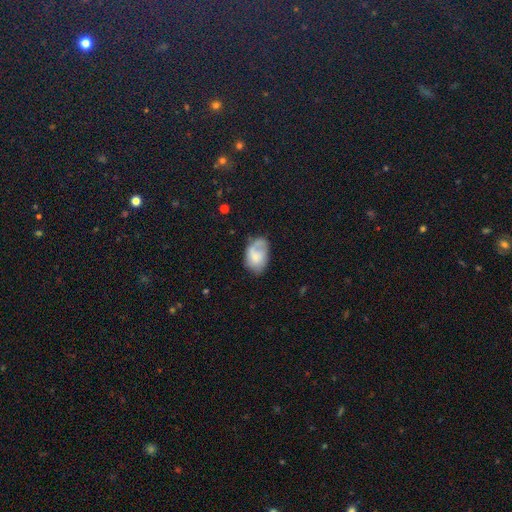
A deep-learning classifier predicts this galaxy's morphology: Smooth or featured? smooth (59%)
How rounded? in between (88%)
Merging? none (46%)